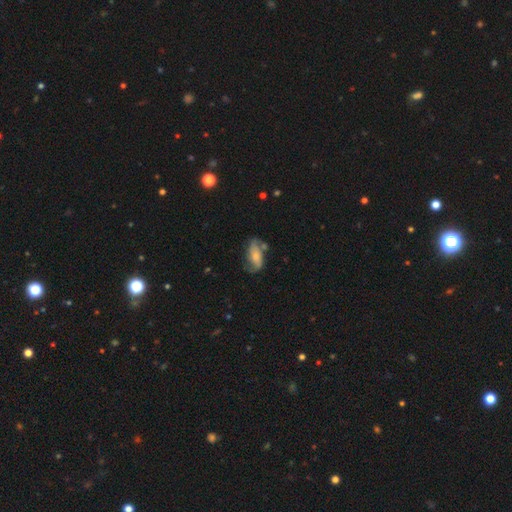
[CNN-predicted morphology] featured or disk 55%, smooth 38%, star or artifact 8%. Down the decision tree: edge-on disk — no (92%); bar — no (56%); spiral arms — yes (85%); bulge size — small (34%); merging — none (52%).